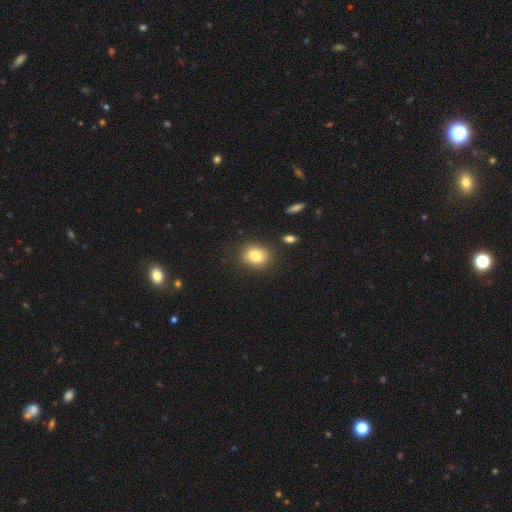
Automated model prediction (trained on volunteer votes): A smooth galaxy with no disk features (84%) that is in between round and cigar-shaped (58%). Merging: none (81%).